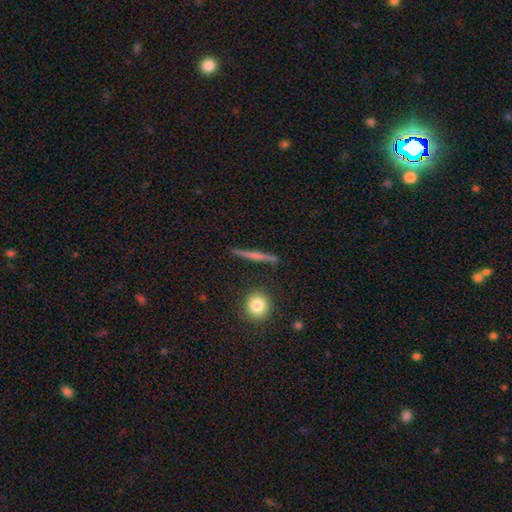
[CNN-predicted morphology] Overall: featured or disk (50%; smooth 41%). Edge-on disk: yes (95%). Merging: none (88%).